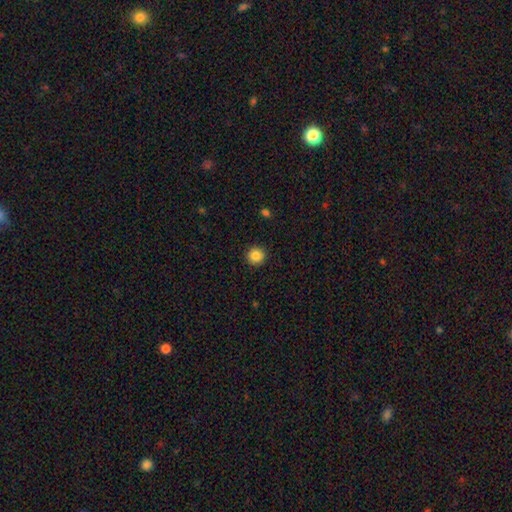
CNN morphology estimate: smooth 86%, star or artifact 10%, featured or disk 4%. Down the decision tree: how rounded — round (94%); merging — none (92%).